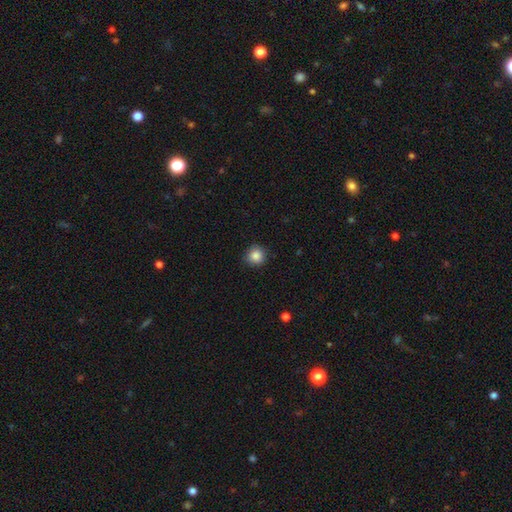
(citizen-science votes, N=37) Smooth or featured?
  - smooth: 84% *
  - featured or disk: 11%
  - star or artifact: 5%
How rounded?
  - round: 87% *
  - in between: 13%
  - cigar-shaped: 0%
Merging?
  - none: 77% *
  - minor disturbance: 17%
  - major disturbance: 6%
  - merger: 0%